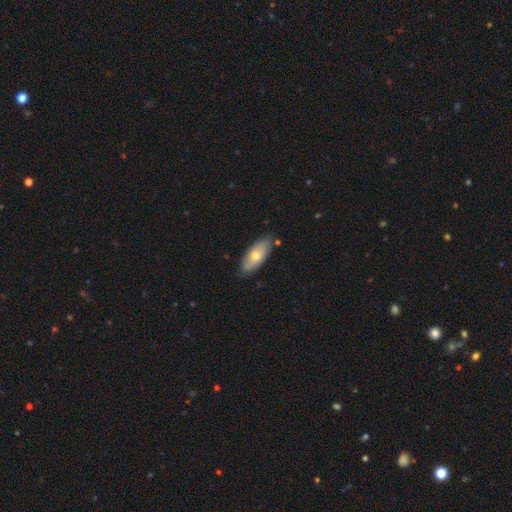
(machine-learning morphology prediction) A smooth galaxy with no disk features (63%) that is in between round and cigar-shaped (84%).

Vote fractions:
- Smooth or featured? smooth: 63% / featured or disk: 31% / star or artifact: 6%
- How rounded? in between: 84% / cigar-shaped: 13% / round: 2%
- Merging? none: 78% / minor disturbance: 17% / major disturbance: 3% / merger: 2%